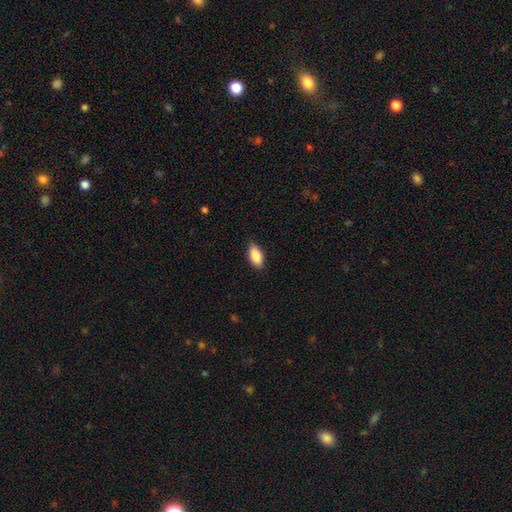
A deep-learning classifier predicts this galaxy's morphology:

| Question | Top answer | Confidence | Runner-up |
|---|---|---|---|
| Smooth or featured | smooth | 88% | star or artifact (6%) |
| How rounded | in between | 91% | cigar-shaped (7%) |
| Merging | none | 88% | minor disturbance (9%) |